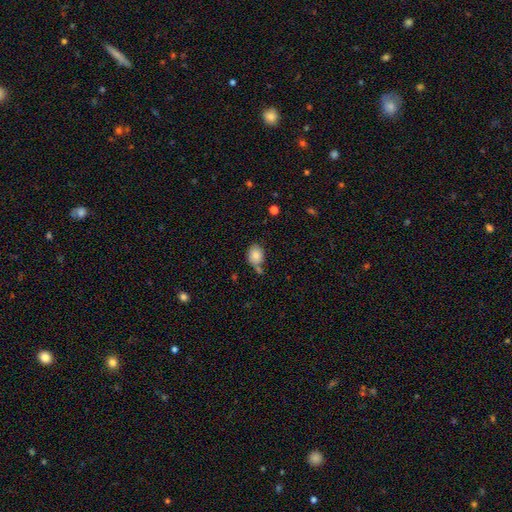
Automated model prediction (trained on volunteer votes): Smooth or featured: smooth — 83% (star or artifact — 9%)
How rounded: round — 50% (in between — 49%)
Merging: none — 60% (minor disturbance — 18%)